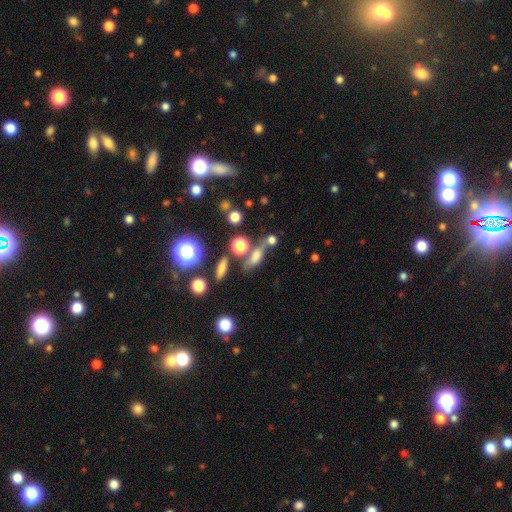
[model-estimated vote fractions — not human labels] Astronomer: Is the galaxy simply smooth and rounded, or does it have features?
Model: smooth — 58%.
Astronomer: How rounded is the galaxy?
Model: in between — 46% (runner-up: cigar-shaped, 30%).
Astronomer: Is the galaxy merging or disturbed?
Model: none — 50%.